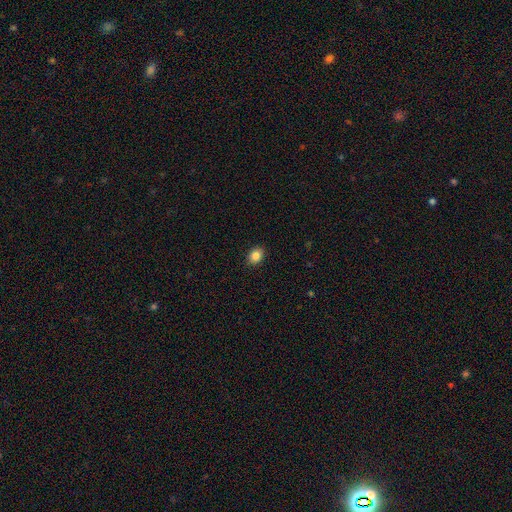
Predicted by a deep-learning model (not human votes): A smooth galaxy with no disk features (85%) that is in between round and cigar-shaped (60%). Merging: none (90%).